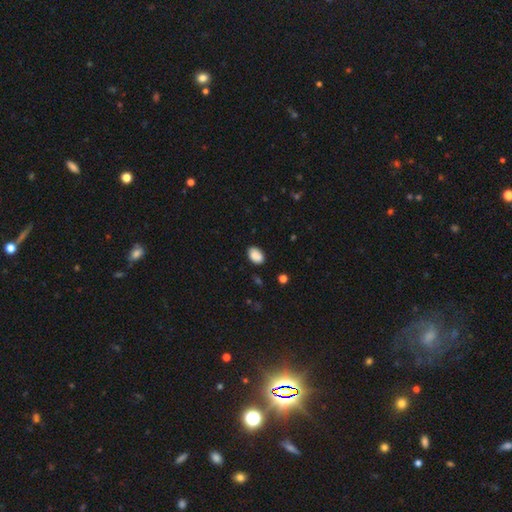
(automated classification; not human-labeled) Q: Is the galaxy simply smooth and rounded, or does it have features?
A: smooth — 88%.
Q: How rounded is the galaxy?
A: in between — 88%.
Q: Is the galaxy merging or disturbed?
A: none — 84%.